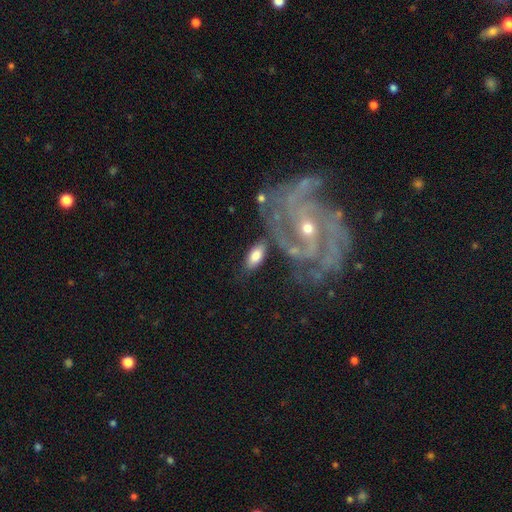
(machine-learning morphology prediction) This is likely a smooth galaxy (72%). How rounded: clearly in between (89%). Merging: likely none (66%).